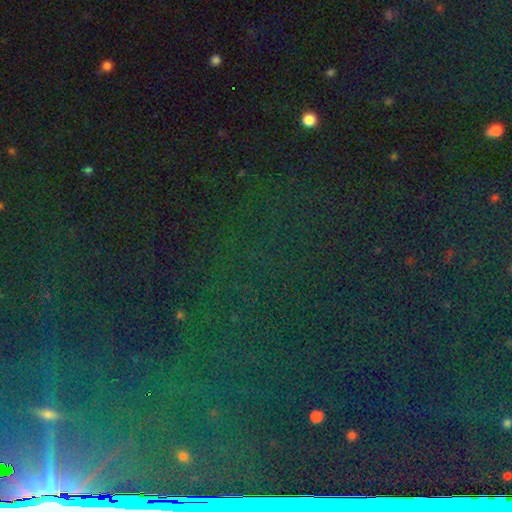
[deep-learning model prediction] The model was most divided on "smooth or featured": star or artifact: 82%, smooth: 10%, featured or disk: 8%.